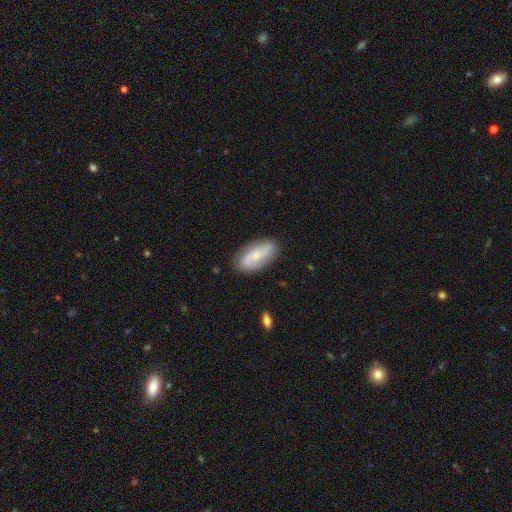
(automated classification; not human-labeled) smooth_or_featured: featured or disk (p=0.59) [alt: smooth p=0.34]
disk_edge_on: no (p=0.92) [alt: yes p=0.08]
bar: no (p=0.55) [alt: weak p=0.33]
has_spiral_arms: yes (p=0.87) [alt: no p=0.13]
bulge_size: small (p=0.62) [alt: moderate p=0.32]
merging: none (p=0.82) [alt: minor disturbance p=0.13]